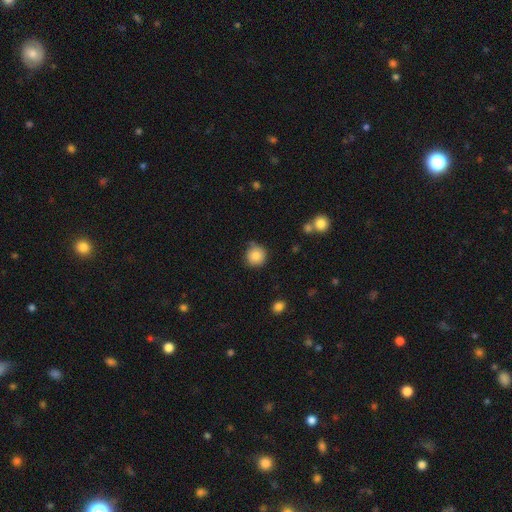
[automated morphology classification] Smooth or featured?
  - smooth: 85% *
  - star or artifact: 9%
  - featured or disk: 6%
How rounded?
  - round: 93% *
  - in between: 6%
  - cigar-shaped: 1%
Merging?
  - none: 78% *
  - minor disturbance: 15%
  - major disturbance: 3%
  - merger: 3%